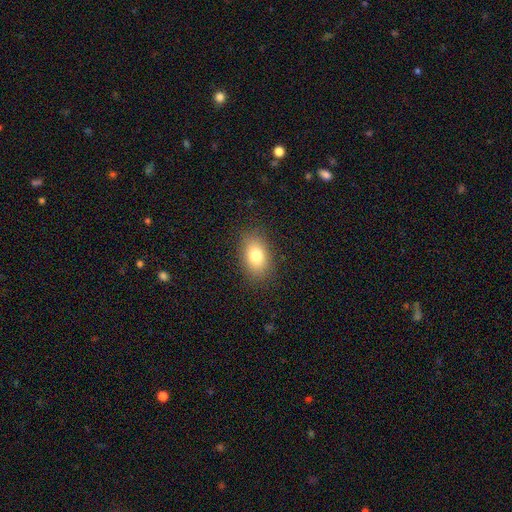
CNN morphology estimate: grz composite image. It shows a smooth galaxy with no disk features (79%) that is in between round and cigar-shaped (83%). Merging: none (86%).